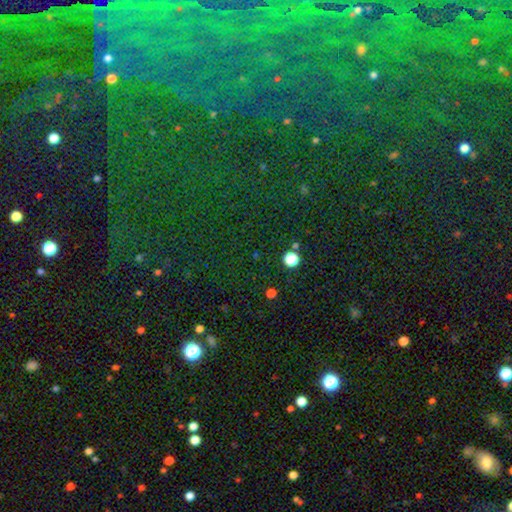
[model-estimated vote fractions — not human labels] A star or artifact, not a galaxy (75%).

Vote fractions:
- Smooth or featured? star or artifact: 75% / smooth: 14% / featured or disk: 11%